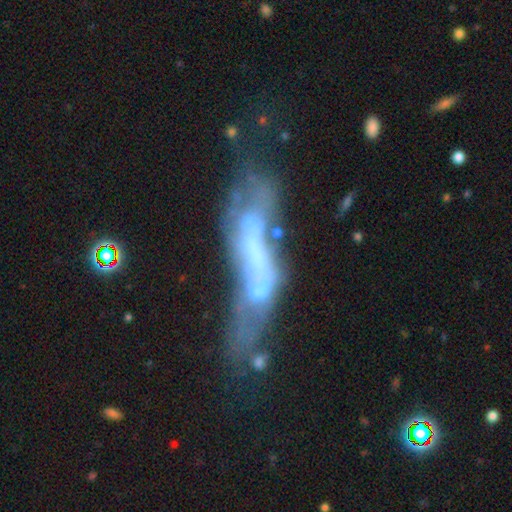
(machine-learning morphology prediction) Smooth or featured?
  - featured or disk: 60% *
  - smooth: 26%
  - star or artifact: 14%
Edge-on disk?
  - no: 73% *
  - yes: 27%
Merging?
  - major disturbance: 32% *
  - merger: 28%
  - none: 23%
  - minor disturbance: 17%